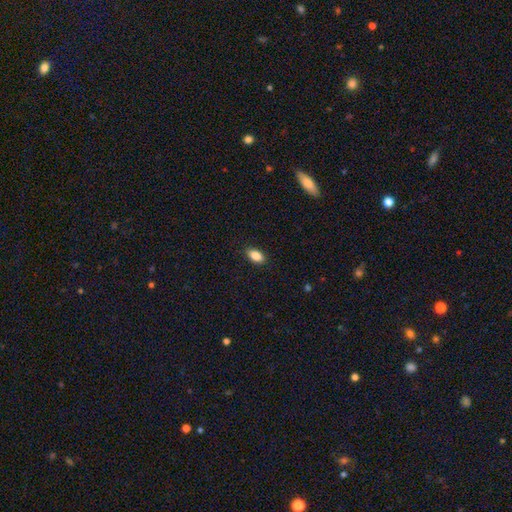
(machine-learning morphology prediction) smooth_or_featured: smooth (p=0.87) [alt: star or artifact p=0.08]
how_rounded: in between (p=0.90) [alt: cigar-shaped p=0.05]
merging: none (p=0.87) [alt: minor disturbance p=0.10]